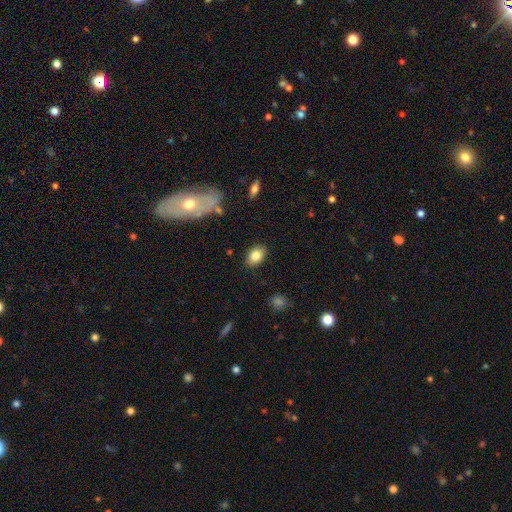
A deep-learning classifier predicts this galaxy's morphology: This appears to be a smooth galaxy with no disk features (83%) that is in between round and cigar-shaped (84%). Merging: none (86%).